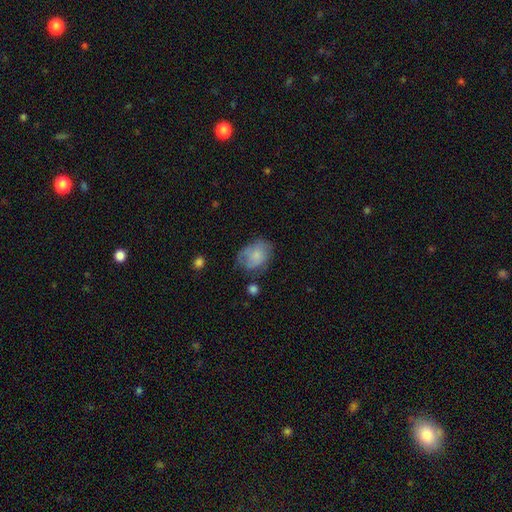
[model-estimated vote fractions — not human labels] Morphology: type=smooth (68%); roundness=in between (63%); merging=none (52%).